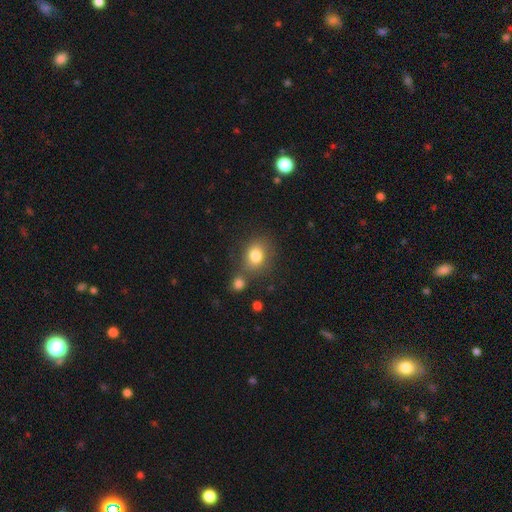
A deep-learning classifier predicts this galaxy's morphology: Smooth or featured? smooth (81%)
How rounded? round (62%)
Merging? none (65%)